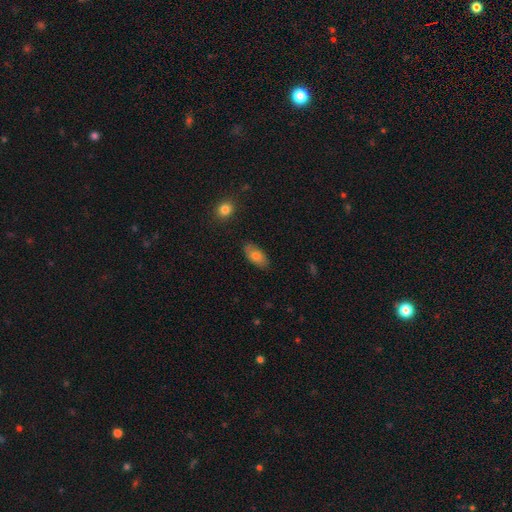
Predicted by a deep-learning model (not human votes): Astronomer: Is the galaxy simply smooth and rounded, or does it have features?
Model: smooth — 77%.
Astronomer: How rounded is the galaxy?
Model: in between — 91%.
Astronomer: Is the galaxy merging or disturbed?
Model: none — 81%.